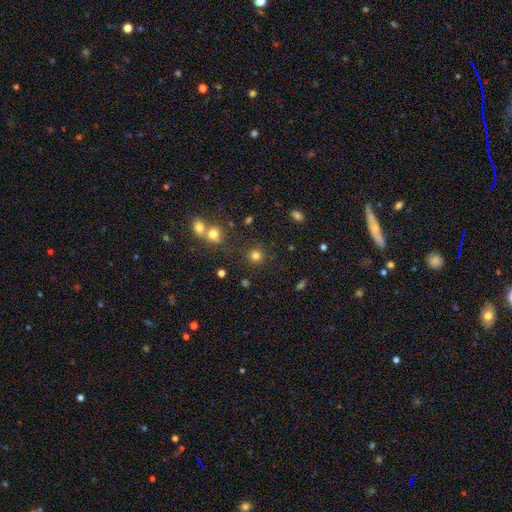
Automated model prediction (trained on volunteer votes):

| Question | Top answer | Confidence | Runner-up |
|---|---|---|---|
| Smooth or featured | smooth | 79% | star or artifact (16%) |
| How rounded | round | 92% | in between (7%) |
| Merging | none | 83% | minor disturbance (7%) |